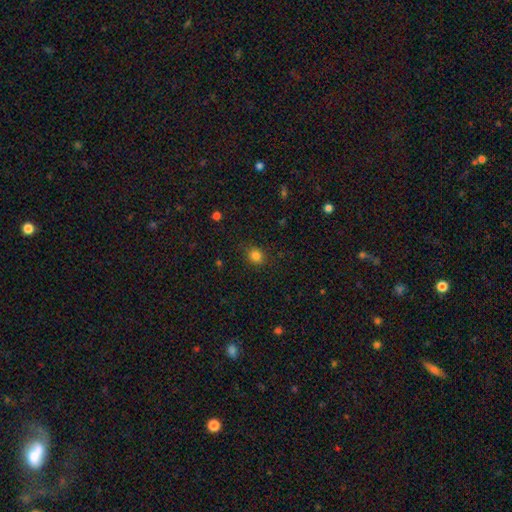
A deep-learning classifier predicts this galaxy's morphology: Smooth or featured: smooth — 83% (star or artifact — 12%)
How rounded: round — 75% (in between — 24%)
Merging: none — 87% (minor disturbance — 9%)